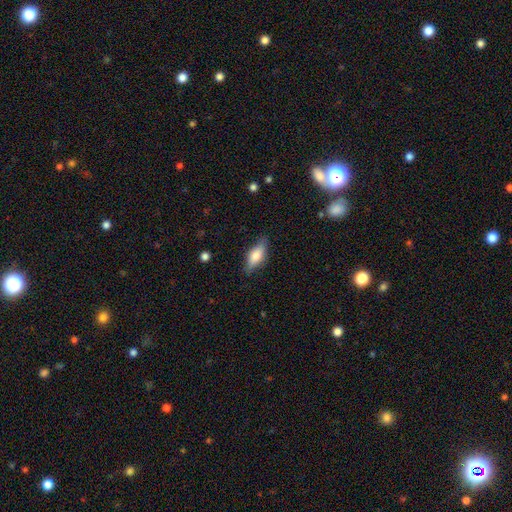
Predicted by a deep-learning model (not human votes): The model was most divided on "smooth or featured": smooth: 67%, featured or disk: 26%, star or artifact: 7%. More confident: merging — none (80%); how rounded — in between (70%).